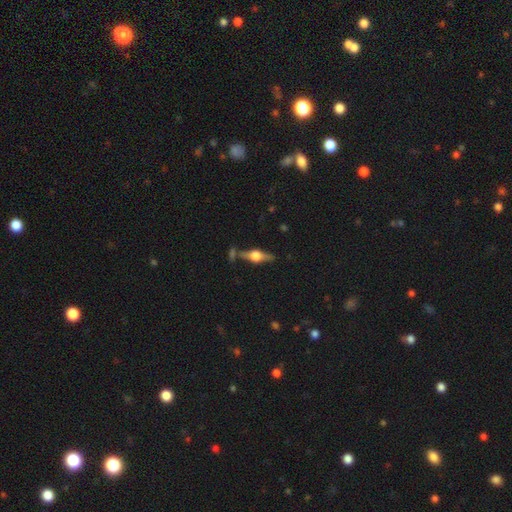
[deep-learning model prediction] Smooth or featured?
  - featured or disk: 74% *
  - smooth: 19%
  - star or artifact: 7%
Edge-on disk?
  - yes: 95% *
  - no: 5%
Edge-on bulge?
  - rounded: 93% *
  - boxy: 5%
  - none: 1%
Merging?
  - none: 75% *
  - minor disturbance: 12%
  - merger: 8%
  - major disturbance: 4%